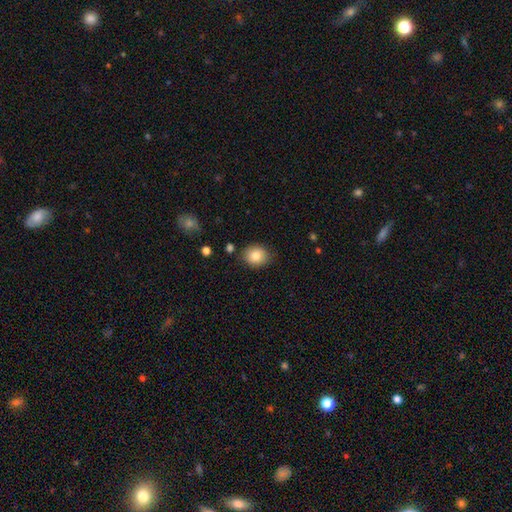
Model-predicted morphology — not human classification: Smooth or featured?
  - smooth: 84% *
  - star or artifact: 9%
  - featured or disk: 7%
How rounded?
  - round: 65% *
  - in between: 34%
  - cigar-shaped: 1%
Merging?
  - none: 83% *
  - minor disturbance: 12%
  - major disturbance: 3%
  - merger: 2%